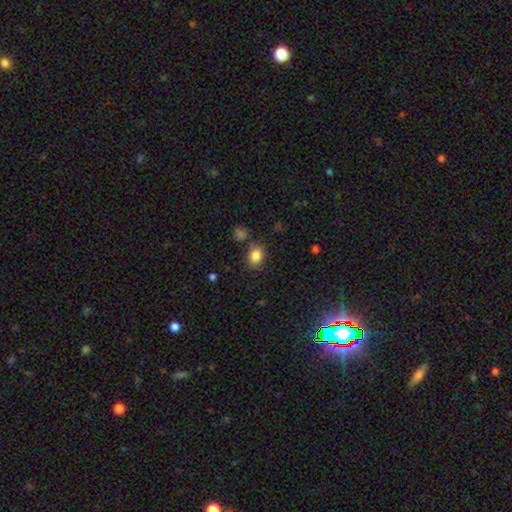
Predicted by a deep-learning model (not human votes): smooth_or_featured: smooth (p=0.84) [alt: star or artifact p=0.10]
how_rounded: in between (p=0.56) [alt: round p=0.43]
merging: none (p=0.73) [alt: minor disturbance p=0.15]